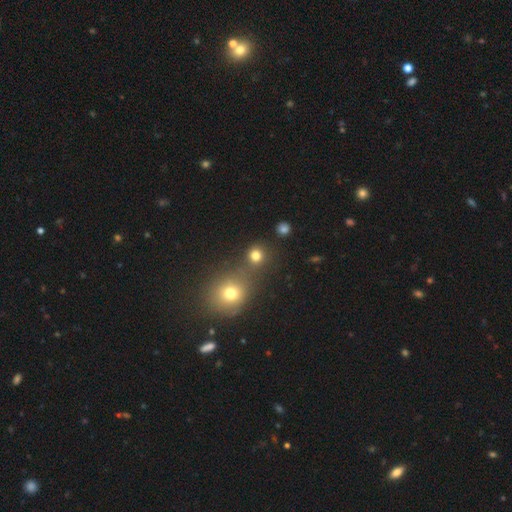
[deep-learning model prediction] Q: Smooth or featured?
A: smooth (78%); runner-up: star or artifact (16%)
Q: How rounded?
A: round (88%); runner-up: in between (11%)
Q: Merging?
A: none (68%); runner-up: merger (21%)